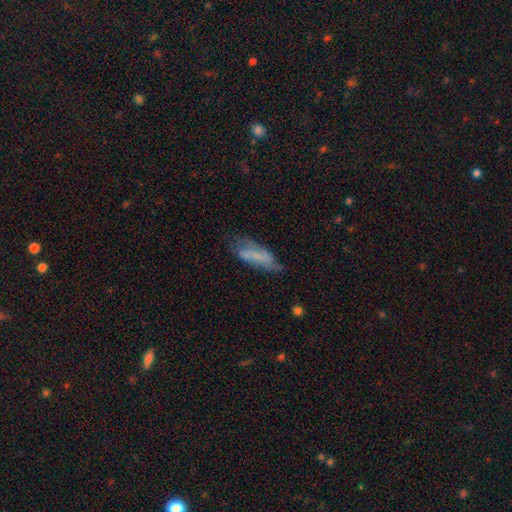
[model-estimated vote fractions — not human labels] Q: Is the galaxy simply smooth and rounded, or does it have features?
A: smooth — 54%.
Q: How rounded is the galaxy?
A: in between — 60%.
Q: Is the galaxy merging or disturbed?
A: none — 42%.